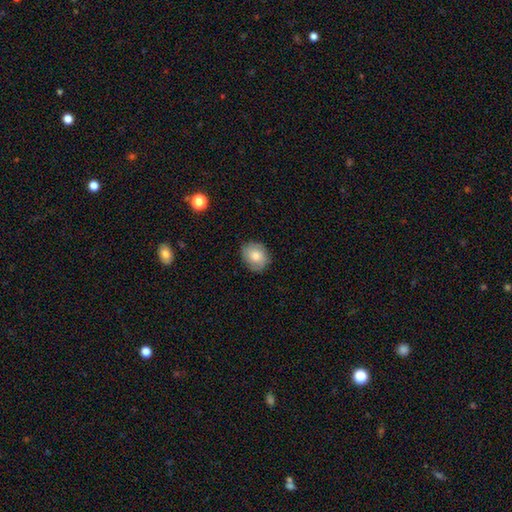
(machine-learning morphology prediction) This appears to be a smooth galaxy with no disk features (72%) that is round (63%). Merging: none (81%).